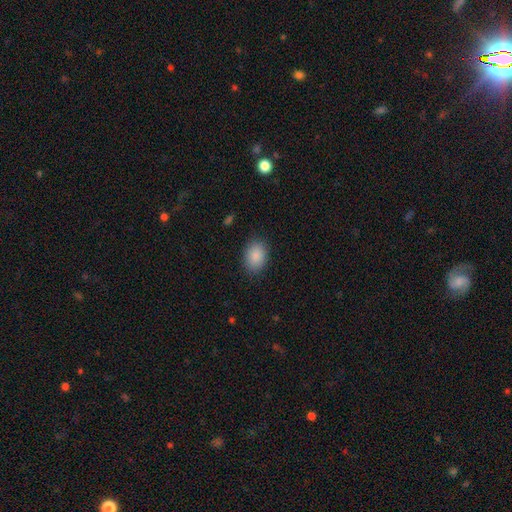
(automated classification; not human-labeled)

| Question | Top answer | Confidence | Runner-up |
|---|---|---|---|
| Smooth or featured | smooth | 89% | star or artifact (7%) |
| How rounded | in between | 76% | round (23%) |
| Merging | none | 86% | minor disturbance (10%) |